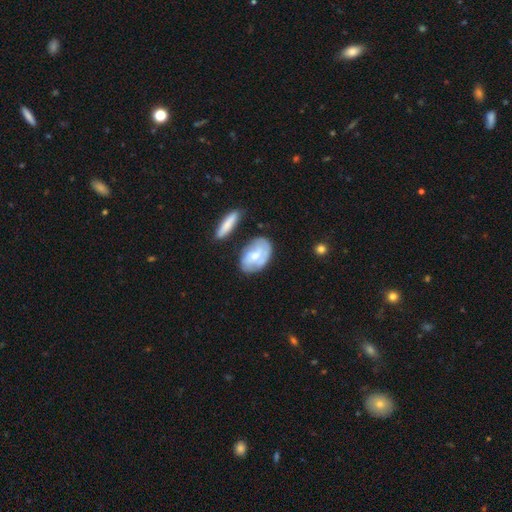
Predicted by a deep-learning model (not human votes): A smooth galaxy with no disk features (48%).

Vote fractions:
- Smooth or featured? smooth: 48% / featured or disk: 46% / star or artifact: 6%
- Merging? none: 59% / minor disturbance: 25% / major disturbance: 9% / merger: 7%